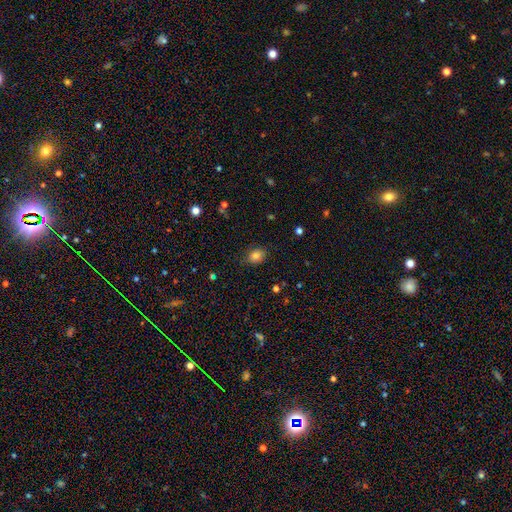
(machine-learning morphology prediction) Q: Smooth or featured?
A: smooth (81%); runner-up: star or artifact (12%)
Q: How rounded?
A: in between (57%); runner-up: round (42%)
Q: Merging?
A: none (78%); runner-up: minor disturbance (17%)